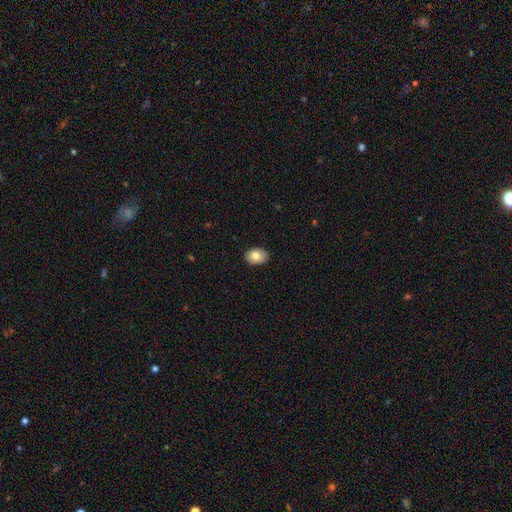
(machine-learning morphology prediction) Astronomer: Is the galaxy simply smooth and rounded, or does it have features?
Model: smooth — 80%.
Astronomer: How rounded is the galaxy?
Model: in between — 78%.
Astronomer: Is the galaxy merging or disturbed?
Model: none — 89%.